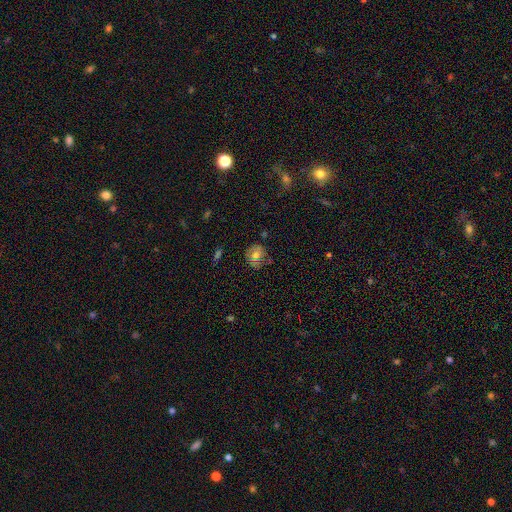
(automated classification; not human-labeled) A smooth galaxy with no disk features (65%) that is round (76%).

Vote fractions:
- Smooth or featured? smooth: 65% / featured or disk: 24% / star or artifact: 11%
- How rounded? round: 76% / in between: 23% / cigar-shaped: 1%
- Merging? none: 70% / minor disturbance: 21% / major disturbance: 6% / merger: 3%